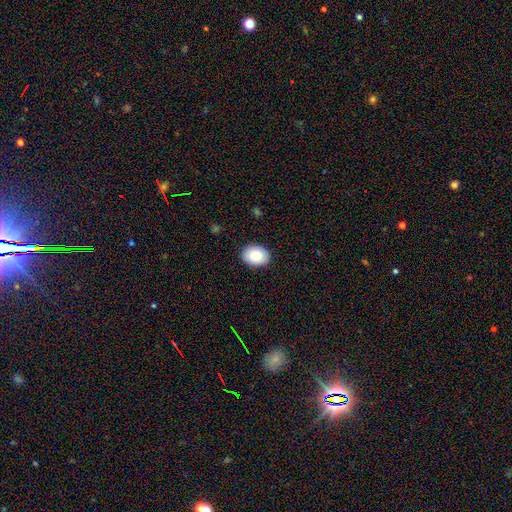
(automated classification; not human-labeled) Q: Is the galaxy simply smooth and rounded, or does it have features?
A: smooth — 88%.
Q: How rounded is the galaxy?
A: in between — 73%.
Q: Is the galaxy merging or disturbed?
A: none — 89%.